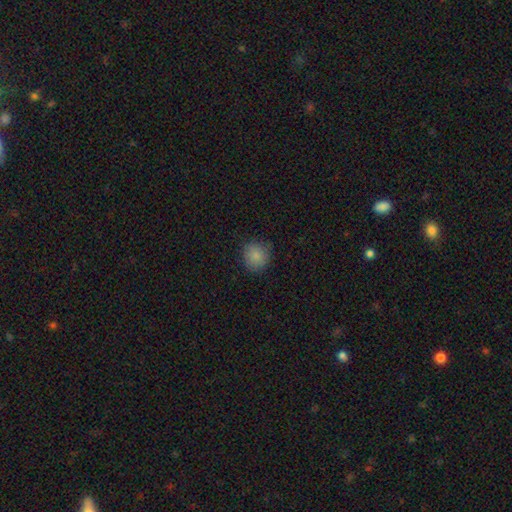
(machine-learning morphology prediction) smooth-or-featured: smooth: 85% | star or artifact: 10% | featured or disk: 5%
  how-rounded: round: 89% | in between: 10% | cigar-shaped: 1%
  merging: none: 83% | minor disturbance: 13% | major disturbance: 3% | merger: 1%